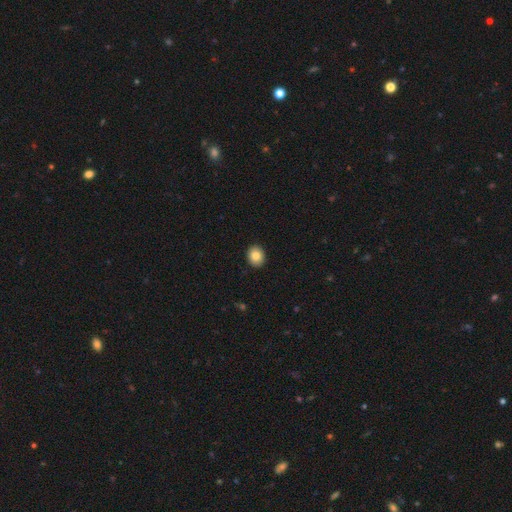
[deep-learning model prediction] Q: Smooth or featured?
A: smooth (84%); runner-up: star or artifact (8%)
Q: How rounded?
A: round (57%); runner-up: in between (42%)
Q: Merging?
A: none (92%); runner-up: minor disturbance (6%)